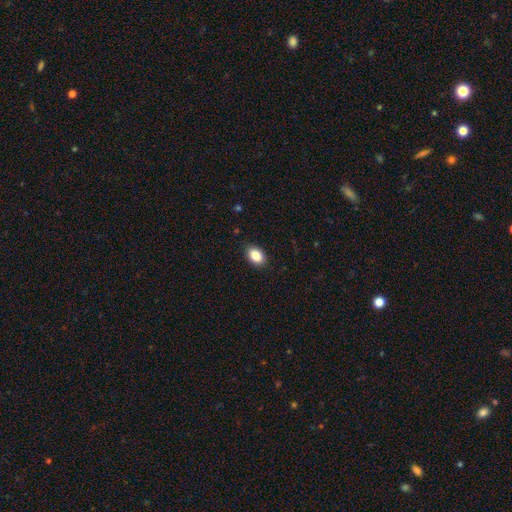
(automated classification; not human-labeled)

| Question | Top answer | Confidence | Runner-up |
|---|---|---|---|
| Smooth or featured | smooth | 87% | star or artifact (8%) |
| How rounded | in between | 84% | round (15%) |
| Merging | none | 89% | minor disturbance (8%) |